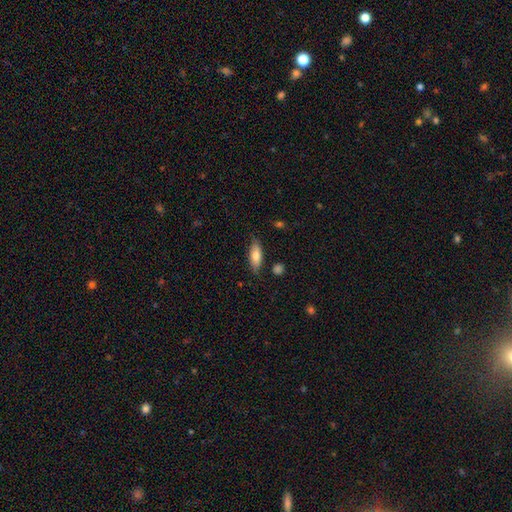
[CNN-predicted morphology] Smooth or featured? Predicted: smooth (p=0.76). How rounded? Predicted: in between (p=0.71). Merging? Predicted: none (p=0.78).